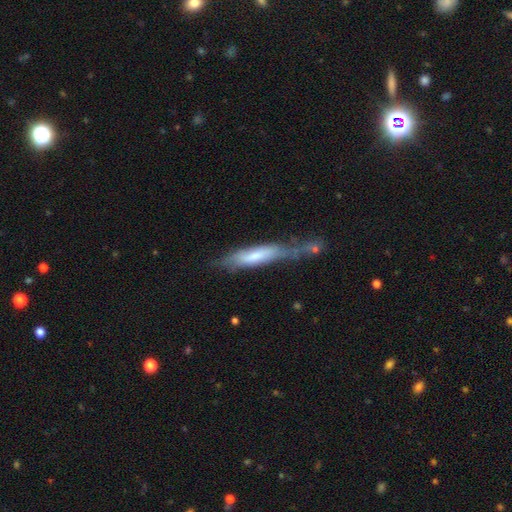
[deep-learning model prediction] Smooth or featured: smooth — 58% (featured or disk — 36%)
How rounded: cigar-shaped — 75% (in between — 24%)
Merging: minor disturbance — 29% (none — 28%)